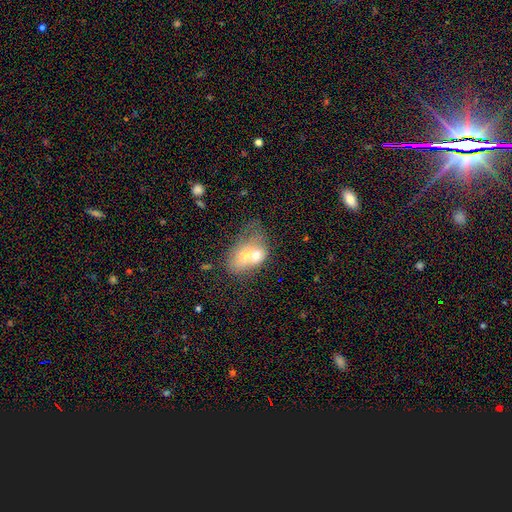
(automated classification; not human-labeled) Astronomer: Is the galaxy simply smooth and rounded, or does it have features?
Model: smooth — 58% (runner-up: featured or disk, 33%).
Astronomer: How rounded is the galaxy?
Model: in between — 69%.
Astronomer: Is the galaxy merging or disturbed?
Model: merger — 74%.